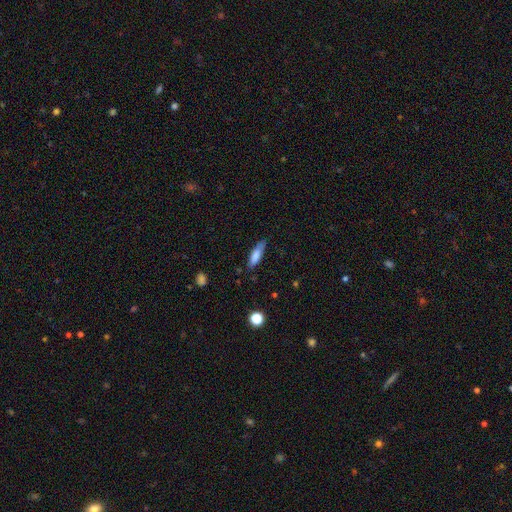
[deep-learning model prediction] This appears to be a smooth galaxy with no disk features (79%) that is cigar-shaped (57%). Merging: none (66%).